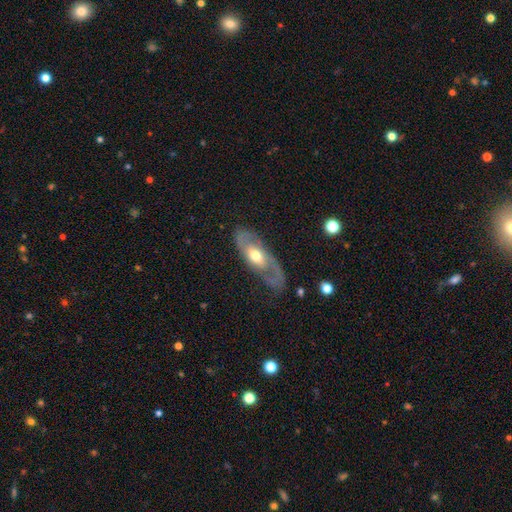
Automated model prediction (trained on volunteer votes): Overall: featured or disk (67%; smooth 28%). Edge-on disk: no (84%). Bar: no (69%). Spiral arms: yes (67%; no 33%). Bulge size: moderate (70%). Merging: none (61%; minor disturbance 21%).